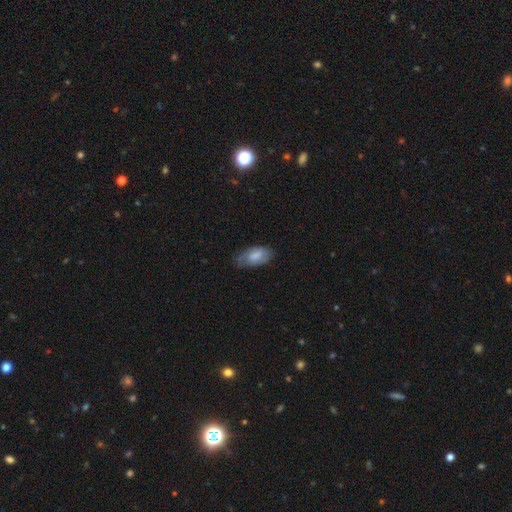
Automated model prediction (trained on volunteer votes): Smooth or featured? smooth (73%)
How rounded? in between (92%)
Merging? none (66%)